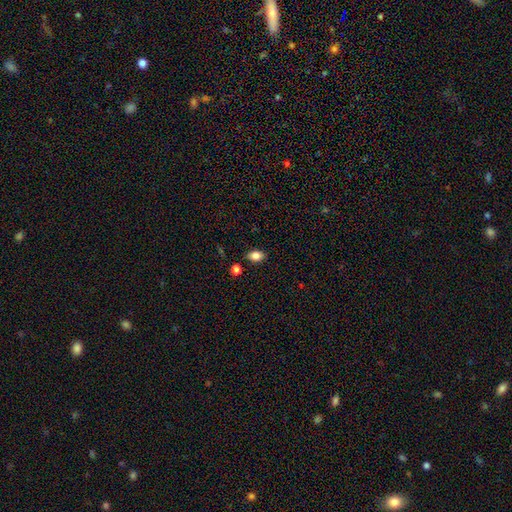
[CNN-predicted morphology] This appears to be a smooth galaxy with no disk features (82%) that is in between round and cigar-shaped (81%). Merging: none (84%).